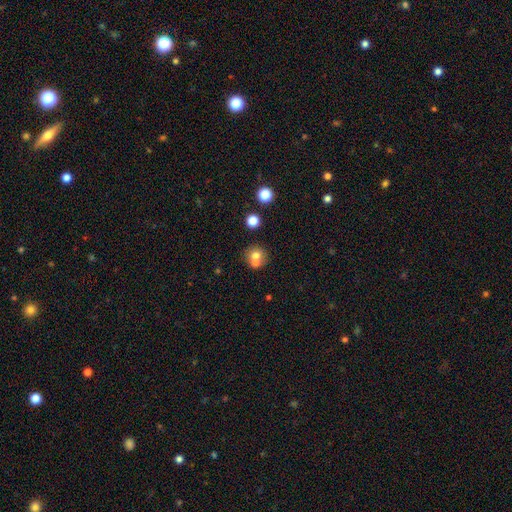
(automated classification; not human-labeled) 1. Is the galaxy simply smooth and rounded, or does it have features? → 68% smooth, 18% featured or disk, 14% star or artifact.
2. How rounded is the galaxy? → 86% round, 13% in between, 1% cigar-shaped.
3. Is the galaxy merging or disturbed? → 47% none, 44% merger, 6% minor disturbance, 3% major disturbance.